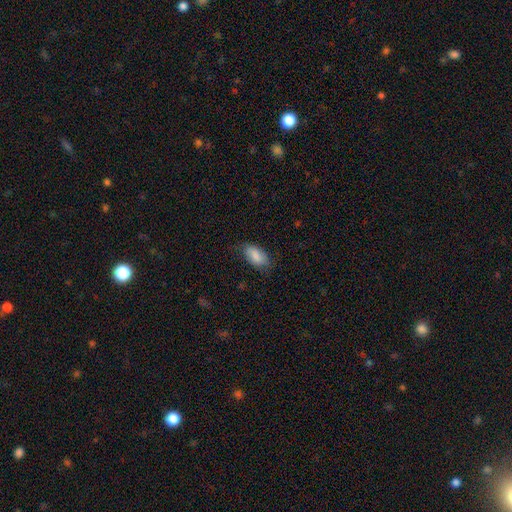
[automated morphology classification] smooth_or_featured: smooth (p=0.85) [alt: featured or disk p=0.09]
how_rounded: in between (p=0.93) [alt: round p=0.04]
merging: none (p=0.71) [alt: minor disturbance p=0.22]